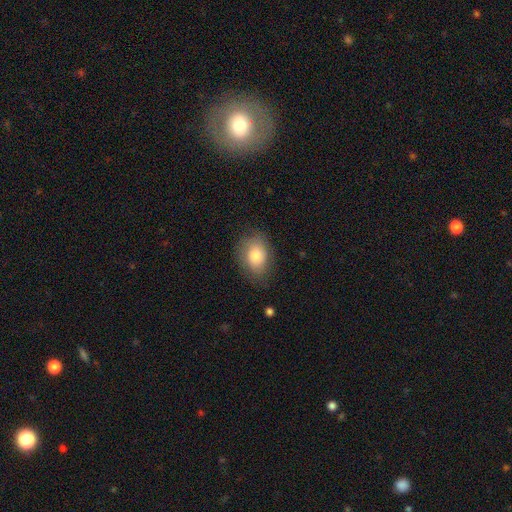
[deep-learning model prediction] Q: Smooth or featured?
A: smooth (82%); runner-up: featured or disk (11%)
Q: How rounded?
A: in between (76%); runner-up: round (22%)
Q: Merging?
A: none (75%); runner-up: minor disturbance (19%)